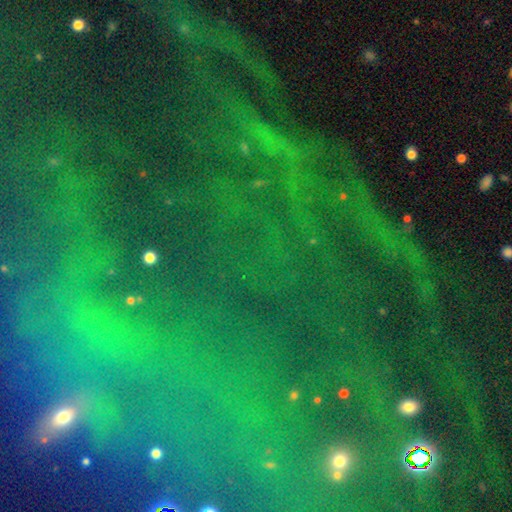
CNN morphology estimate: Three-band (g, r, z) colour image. It shows a star or artifact, not a galaxy (81%).